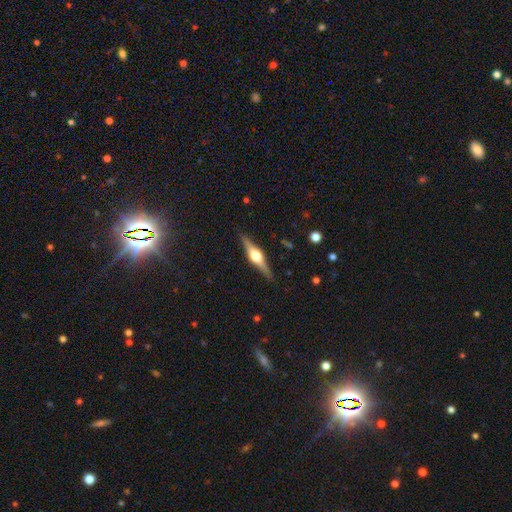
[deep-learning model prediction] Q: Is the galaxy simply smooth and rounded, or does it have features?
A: featured or disk — 78%.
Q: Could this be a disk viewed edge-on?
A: yes — 98%.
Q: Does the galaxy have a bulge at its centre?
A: rounded — 94%.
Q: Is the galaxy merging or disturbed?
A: none — 90%.